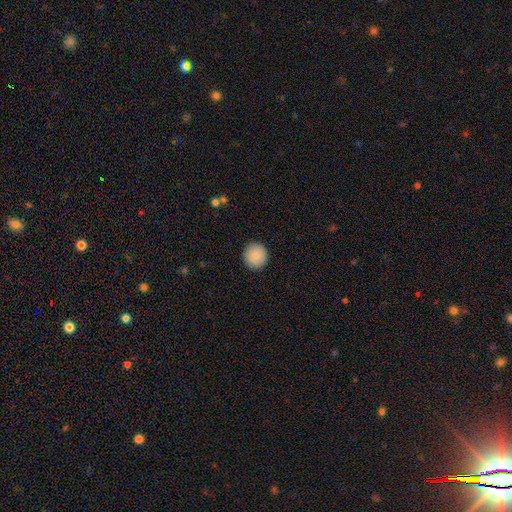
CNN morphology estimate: Smooth or featured: smooth — 88% (star or artifact — 7%)
How rounded: round — 94% (in between — 5%)
Merging: none — 92% (minor disturbance — 6%)